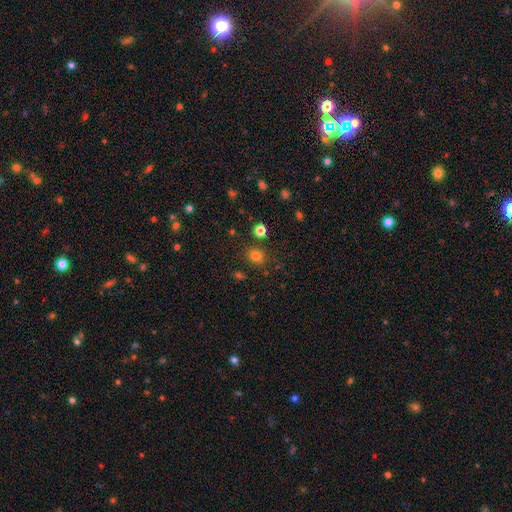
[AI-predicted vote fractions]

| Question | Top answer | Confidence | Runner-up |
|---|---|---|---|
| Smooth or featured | smooth | 79% | star or artifact (16%) |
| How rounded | round | 75% | in between (24%) |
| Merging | none | 82% | minor disturbance (10%) |